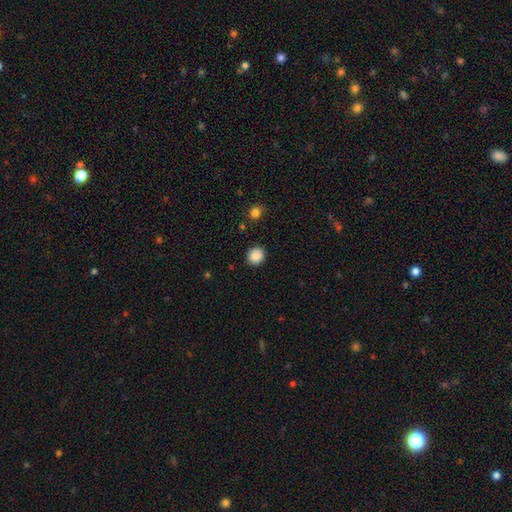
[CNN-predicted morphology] This is clearly a smooth galaxy (88%). How rounded: clearly round (84%). Merging: clearly none (90%).